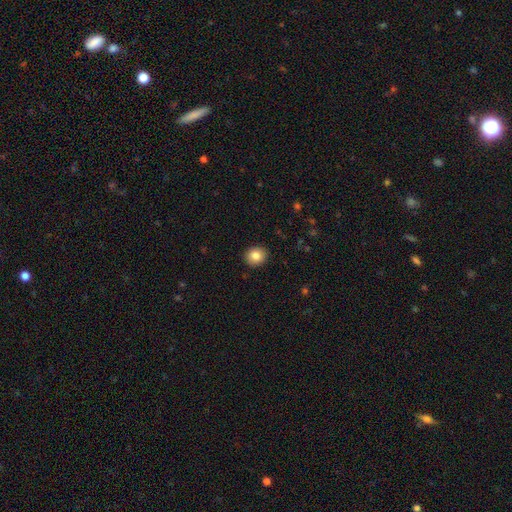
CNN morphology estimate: Smooth or featured?
  - smooth: 84% *
  - star or artifact: 9%
  - featured or disk: 7%
How rounded?
  - round: 76% *
  - in between: 24%
  - cigar-shaped: 1%
Merging?
  - none: 91% *
  - minor disturbance: 6%
  - major disturbance: 2%
  - merger: 1%